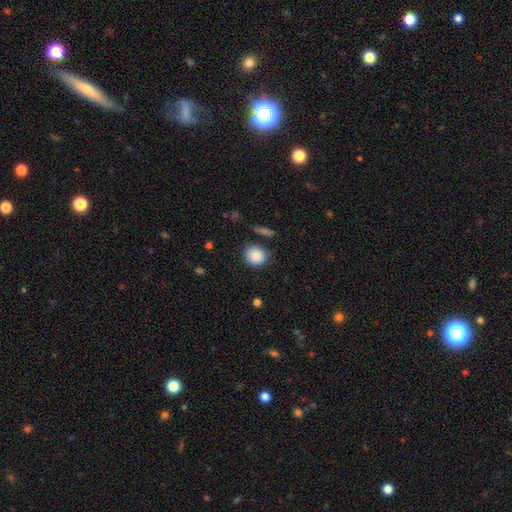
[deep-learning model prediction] A smooth galaxy with no disk features (86%) that is round (78%).

Vote fractions:
- Smooth or featured? smooth: 86% / star or artifact: 8% / featured or disk: 6%
- How rounded? round: 78% / in between: 21% / cigar-shaped: 1%
- Merging? none: 79% / minor disturbance: 14% / major disturbance: 4% / merger: 4%